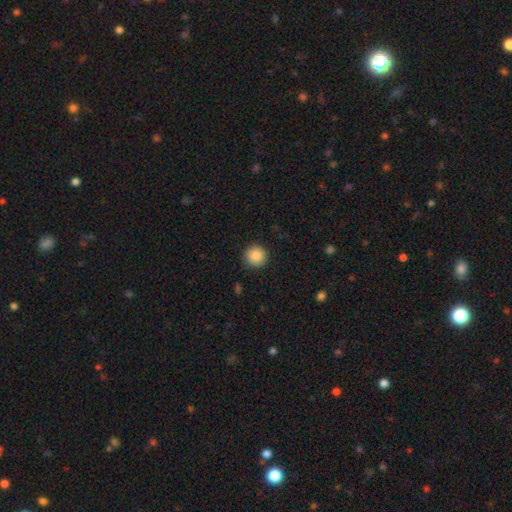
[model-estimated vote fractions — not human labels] This appears to be a smooth galaxy with no disk features (87%) that is round (95%). Merging: none (91%).